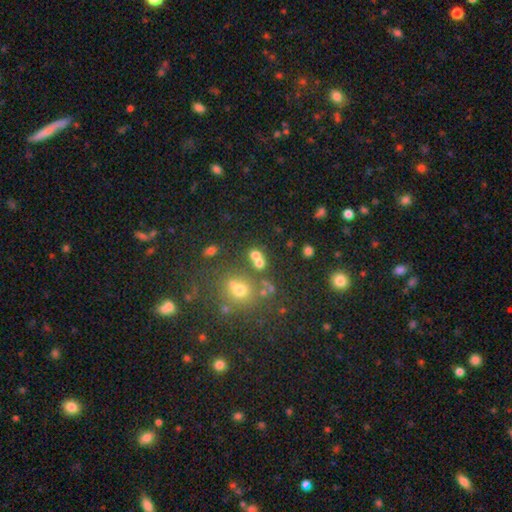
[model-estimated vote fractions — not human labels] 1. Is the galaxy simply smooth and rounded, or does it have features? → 65% smooth, 21% star or artifact, 14% featured or disk.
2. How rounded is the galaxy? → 67% round, 31% in between, 2% cigar-shaped.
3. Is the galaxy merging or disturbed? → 44% none, 42% merger, 9% minor disturbance, 5% major disturbance.